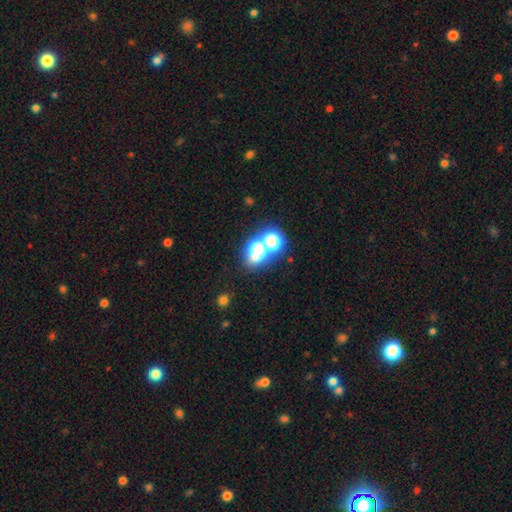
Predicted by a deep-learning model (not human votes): This appears to be a star or artifact, not a galaxy (45%).